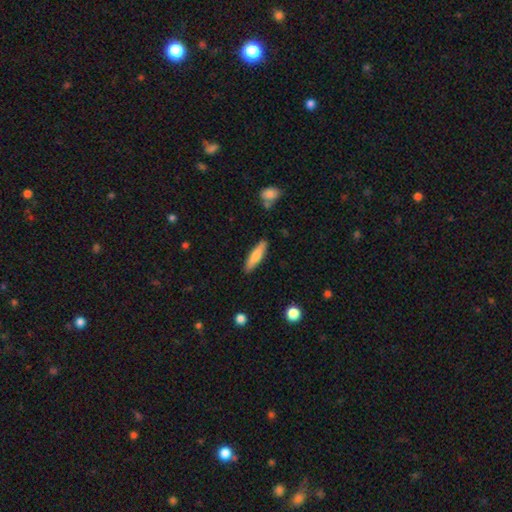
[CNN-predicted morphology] This is likely a smooth galaxy (73%). How rounded: likely cigar-shaped (76%). Merging: clearly none (87%).